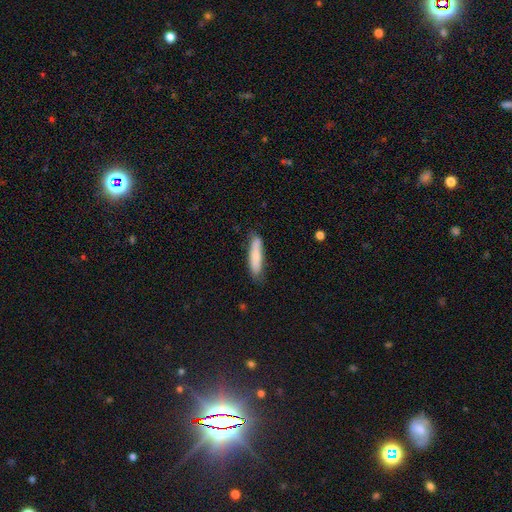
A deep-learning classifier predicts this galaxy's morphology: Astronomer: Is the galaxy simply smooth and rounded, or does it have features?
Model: smooth — 79%.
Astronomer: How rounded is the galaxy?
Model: cigar-shaped — 81%.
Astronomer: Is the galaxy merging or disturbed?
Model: none — 77%.